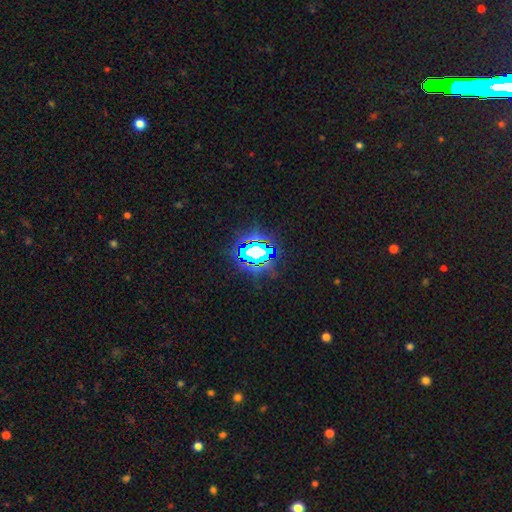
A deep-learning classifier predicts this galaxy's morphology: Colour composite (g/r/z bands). It shows a star or artifact, not a galaxy (68%).